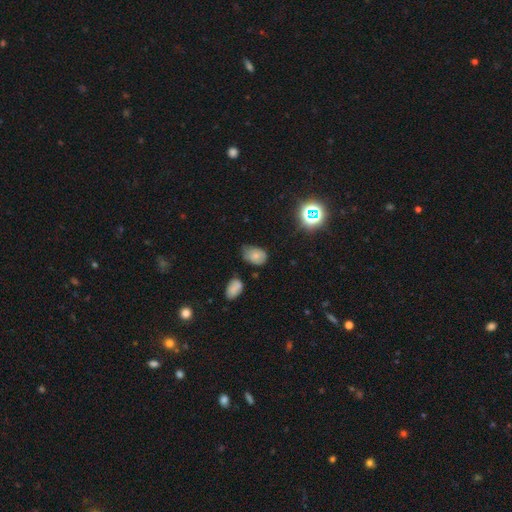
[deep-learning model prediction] Smooth or featured: smooth — 69% (star or artifact — 16%)
How rounded: in between — 80% (round — 19%)
Merging: none — 48% (minor disturbance — 39%)